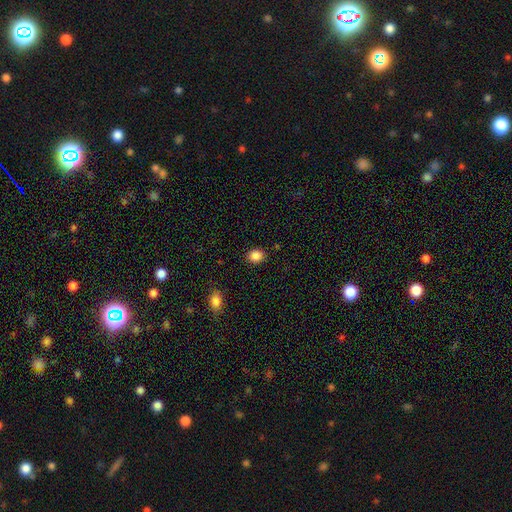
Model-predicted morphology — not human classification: Overall: smooth (86%). How rounded: round (66%; in between 33%). Merging: none (89%).